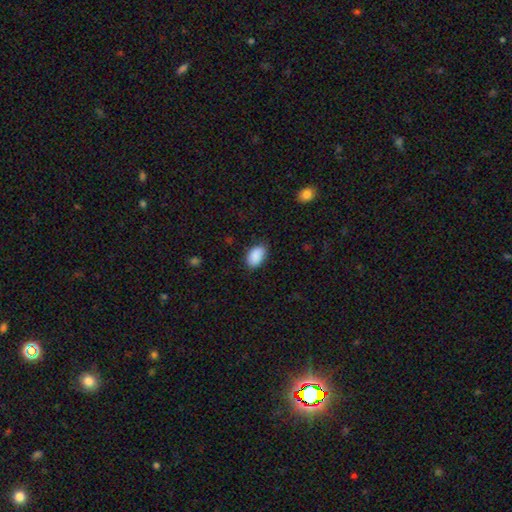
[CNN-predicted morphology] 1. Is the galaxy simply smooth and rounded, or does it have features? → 90% smooth, 7% star or artifact, 3% featured or disk.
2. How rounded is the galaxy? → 92% in between, 6% round, 1% cigar-shaped.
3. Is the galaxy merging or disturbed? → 80% none, 16% minor disturbance, 3% major disturbance, 1% merger.